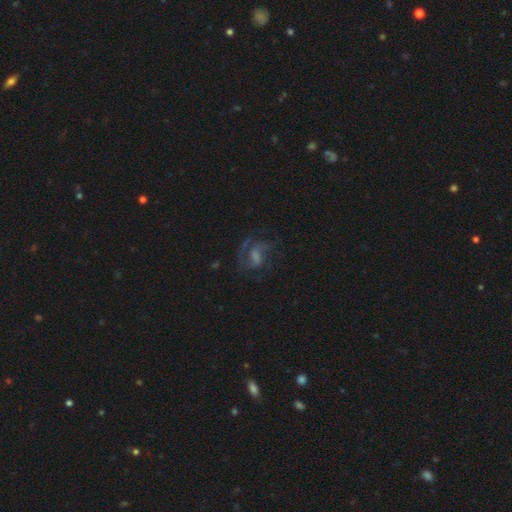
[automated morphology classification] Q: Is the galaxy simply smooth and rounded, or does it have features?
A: featured or disk — 66%.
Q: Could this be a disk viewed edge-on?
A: no — 97%.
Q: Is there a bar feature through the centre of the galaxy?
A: weak — 46%.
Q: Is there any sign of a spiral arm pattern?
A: yes — 88%.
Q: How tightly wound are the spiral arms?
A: medium — 50%.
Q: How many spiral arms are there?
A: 2 — 54%.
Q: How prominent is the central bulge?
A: moderate — 32%.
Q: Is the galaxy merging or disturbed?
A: none — 61%.